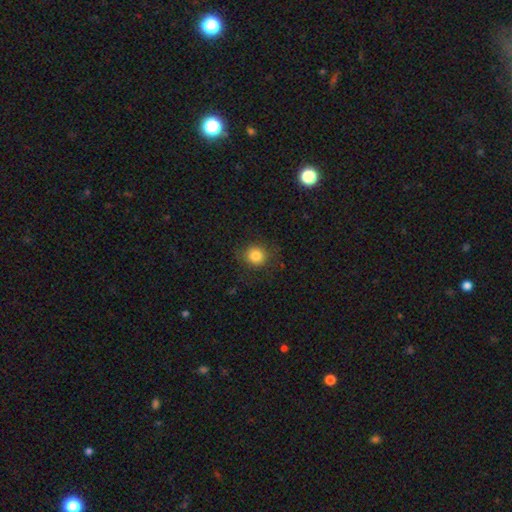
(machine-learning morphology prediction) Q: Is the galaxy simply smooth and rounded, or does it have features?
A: smooth — 84%.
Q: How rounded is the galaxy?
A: round — 89%.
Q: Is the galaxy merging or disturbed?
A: none — 85%.